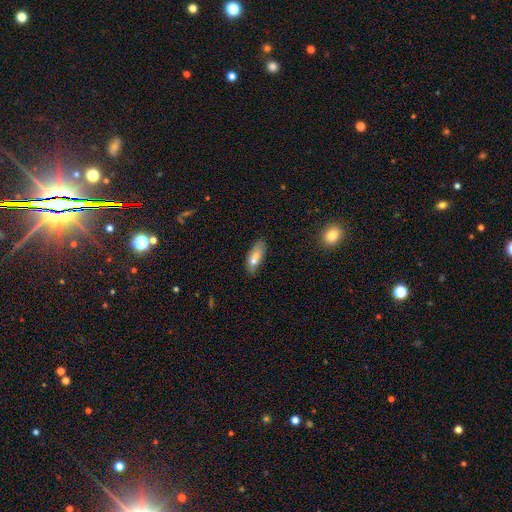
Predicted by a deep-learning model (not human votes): This is likely a smooth galaxy (71%). How rounded: likely in between (71%). Merging: likely none (66%).